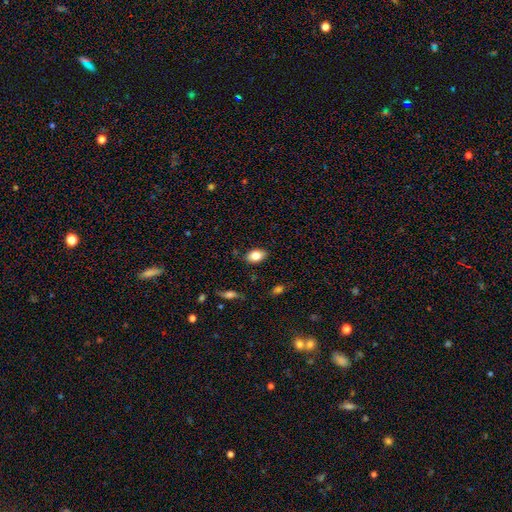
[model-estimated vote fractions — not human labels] smooth_or_featured: smooth (p=0.82) [alt: featured or disk p=0.10]
how_rounded: in between (p=0.86) [alt: round p=0.12]
merging: none (p=0.84) [alt: minor disturbance p=0.12]